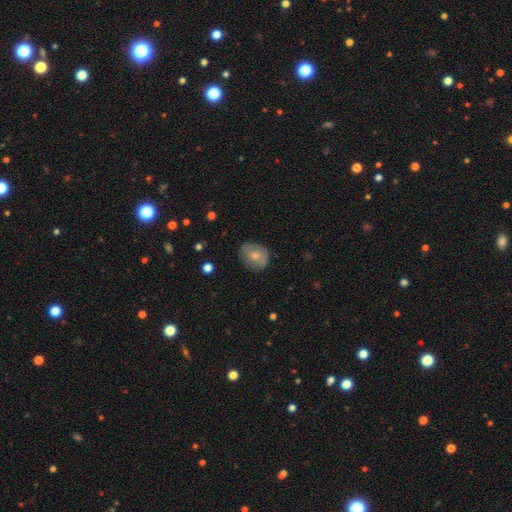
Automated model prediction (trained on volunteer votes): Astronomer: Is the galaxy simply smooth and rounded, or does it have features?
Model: smooth — 59%.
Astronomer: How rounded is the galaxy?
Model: round — 51% (runner-up: in between, 48%).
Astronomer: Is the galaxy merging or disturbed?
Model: none — 70%.